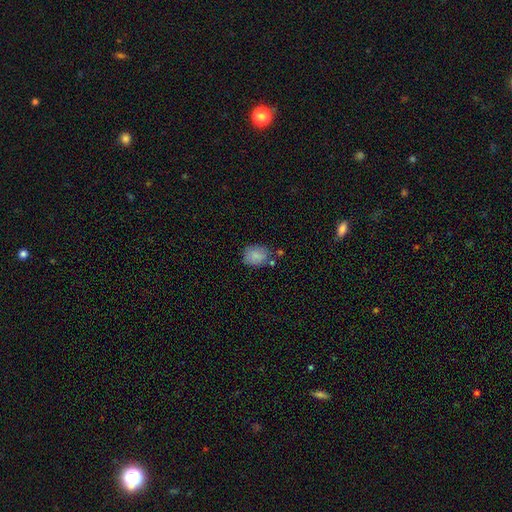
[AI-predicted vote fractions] smooth_or_featured: smooth (p=0.85) [alt: star or artifact p=0.08]
how_rounded: in between (p=0.56) [alt: round p=0.43]
merging: none (p=0.65) [alt: minor disturbance p=0.21]